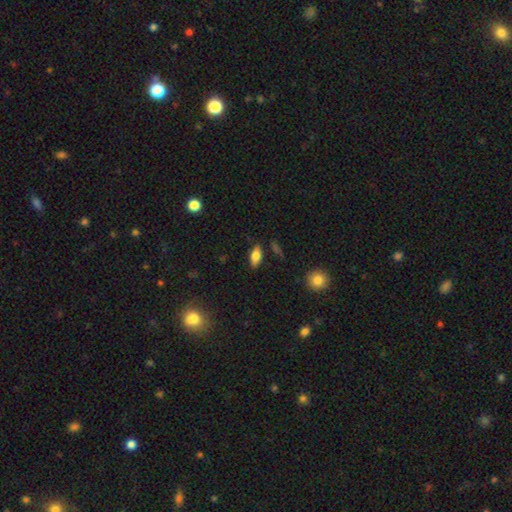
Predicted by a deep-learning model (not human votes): Smooth or featured? Predicted: smooth (p=0.72). How rounded? Predicted: in between (p=0.84). Merging? Predicted: none (p=0.85).